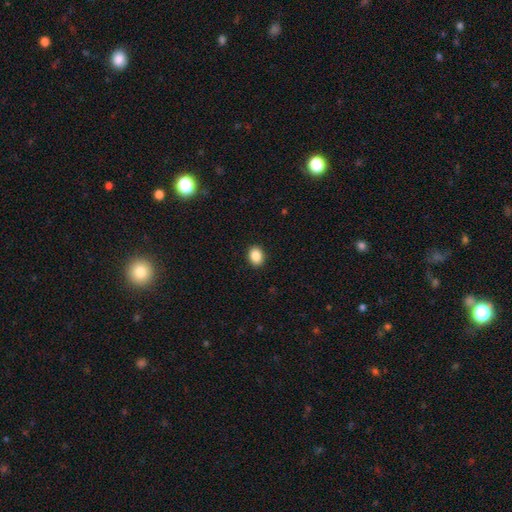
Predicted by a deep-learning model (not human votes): This is clearly a smooth galaxy (88%). How rounded: possibly in between (55%). Merging: clearly none (91%).